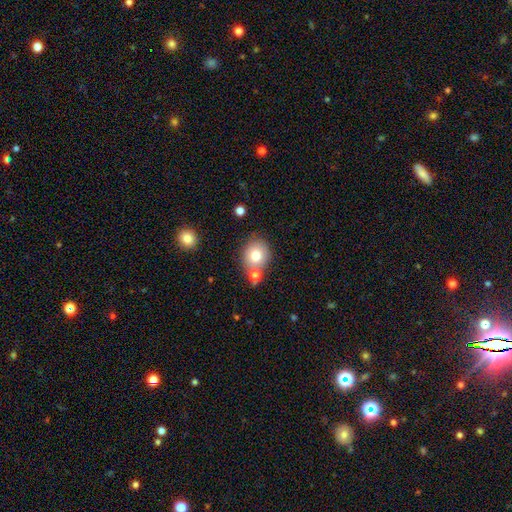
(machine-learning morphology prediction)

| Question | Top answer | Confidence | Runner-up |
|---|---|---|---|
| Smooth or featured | smooth | 78% | featured or disk (13%) |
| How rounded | round | 69% | in between (30%) |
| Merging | none | 59% | merger (24%) |